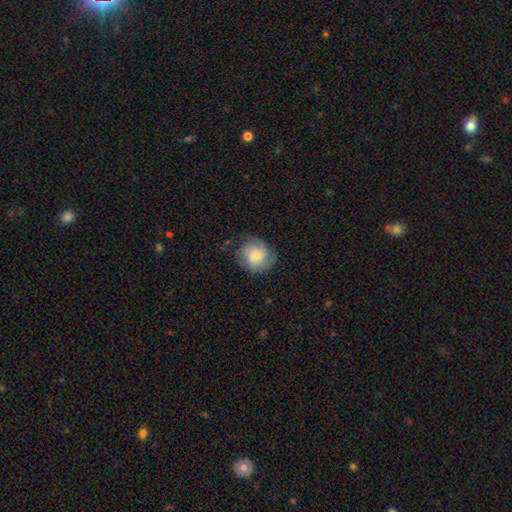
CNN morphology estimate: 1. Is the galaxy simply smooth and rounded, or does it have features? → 55% featured or disk, 38% smooth, 8% star or artifact.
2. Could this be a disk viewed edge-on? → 97% no, 3% yes.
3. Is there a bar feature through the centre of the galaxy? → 69% no, 27% weak, 4% strong.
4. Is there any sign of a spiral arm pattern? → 89% yes, 11% no.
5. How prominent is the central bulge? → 48% small, 38% moderate, 7% large, 5% none, 2% dominant.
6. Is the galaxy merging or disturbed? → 69% none, 20% minor disturbance, 9% major disturbance, 1% merger.